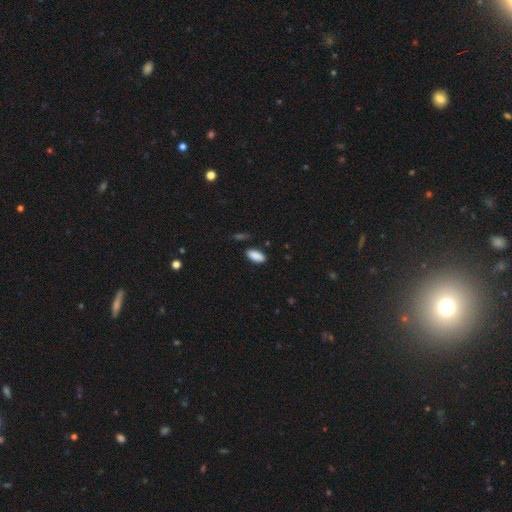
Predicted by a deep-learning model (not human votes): Morphology: type=smooth (89%); roundness=in between (88%); merging=none (83%).